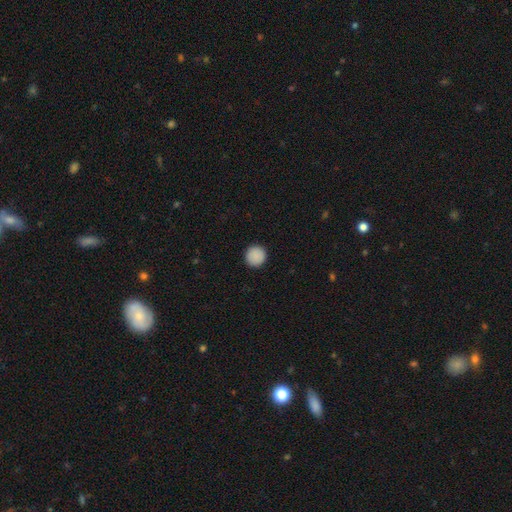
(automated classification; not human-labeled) Smooth or featured: smooth — 90% (star or artifact — 7%)
How rounded: round — 96% (in between — 3%)
Merging: none — 93% (minor disturbance — 5%)